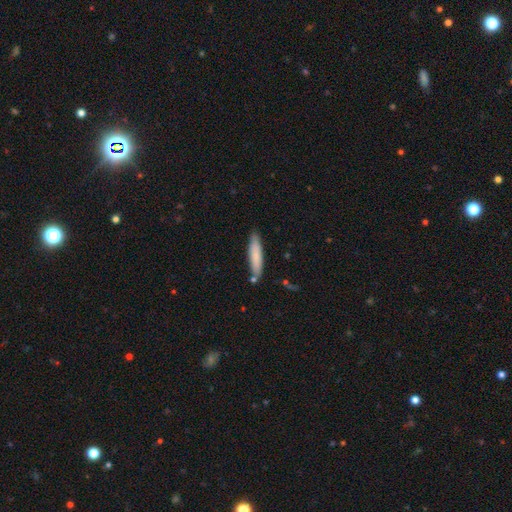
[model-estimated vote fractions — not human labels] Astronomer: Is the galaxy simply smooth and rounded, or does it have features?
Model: smooth — 79%.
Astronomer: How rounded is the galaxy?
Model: cigar-shaped — 83%.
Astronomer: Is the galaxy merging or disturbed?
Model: none — 81%.